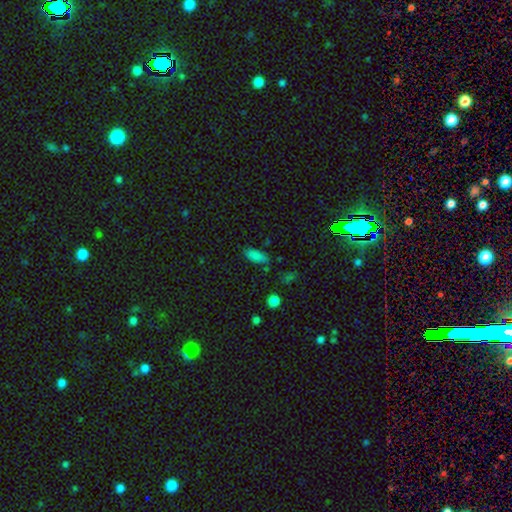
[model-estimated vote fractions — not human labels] This appears to be a smooth galaxy with no disk features (81%) that is in between round and cigar-shaped (83%). Merging: none (73%).